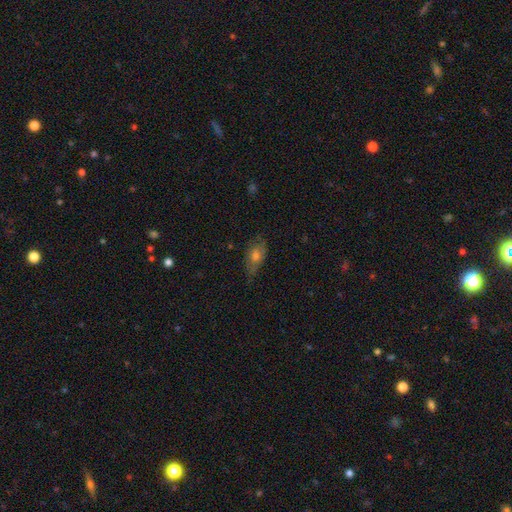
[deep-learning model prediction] Smooth or featured: smooth — 54% (featured or disk — 34%)
How rounded: in between — 80% (round — 12%)
Merging: none — 62% (minor disturbance — 27%)